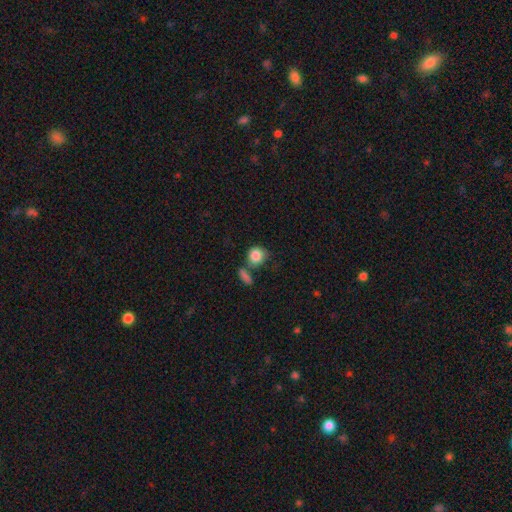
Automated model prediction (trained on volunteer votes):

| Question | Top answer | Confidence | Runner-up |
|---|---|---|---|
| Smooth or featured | smooth | 84% | star or artifact (8%) |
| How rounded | round | 79% | in between (19%) |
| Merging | none | 54% | merger (22%) |